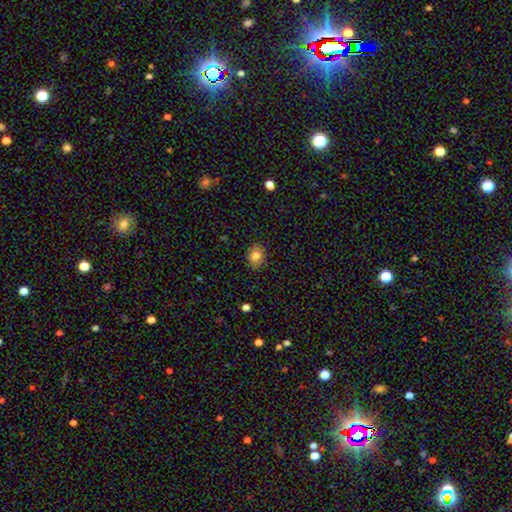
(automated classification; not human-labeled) A smooth galaxy with no disk features (80%) that is in between round and cigar-shaped (50%, tied with round).

Vote fractions:
- Smooth or featured? smooth: 80% / featured or disk: 10% / star or artifact: 10%
- How rounded? in between: 50% (tied) / round: 50% (tied) / cigar-shaped: 1%
- Merging? none: 87% / minor disturbance: 10% / major disturbance: 2% / merger: 1%